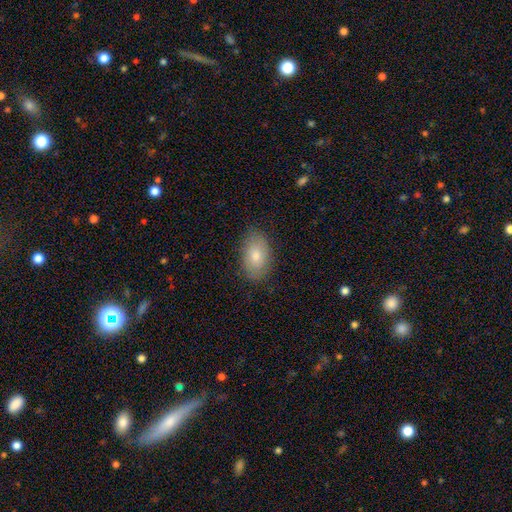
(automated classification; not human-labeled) smooth 78%, featured or disk 15%, star or artifact 7%. Down the decision tree: how rounded — in between (92%); merging — none (84%).